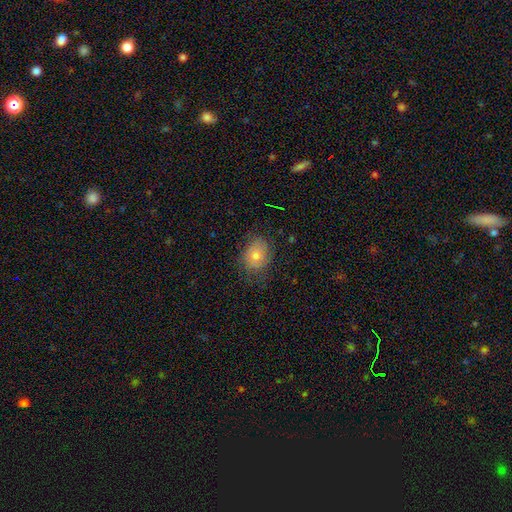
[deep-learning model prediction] The model was most divided on "how rounded": in between: 56%, round: 43%, cigar-shaped: 1%. More confident: merging — none (72%); smooth or featured — smooth (67%).